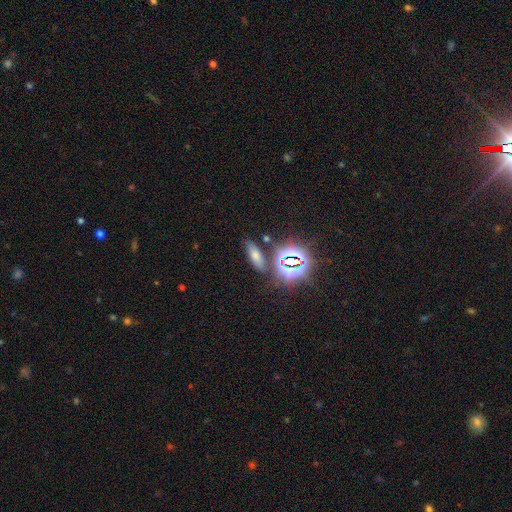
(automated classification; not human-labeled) smooth-or-featured: smooth: 57% | star or artifact: 30% | featured or disk: 13%
  how-rounded: in between: 56% | cigar-shaped: 35% | round: 9%
  merging: none: 78% | minor disturbance: 11% | merger: 7% | major disturbance: 4%